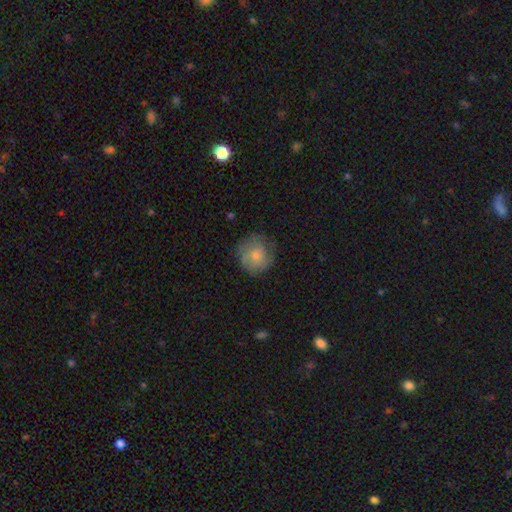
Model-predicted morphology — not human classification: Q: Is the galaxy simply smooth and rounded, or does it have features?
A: smooth — 65%.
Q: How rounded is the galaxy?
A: round — 90%.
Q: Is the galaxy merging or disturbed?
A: none — 70%.